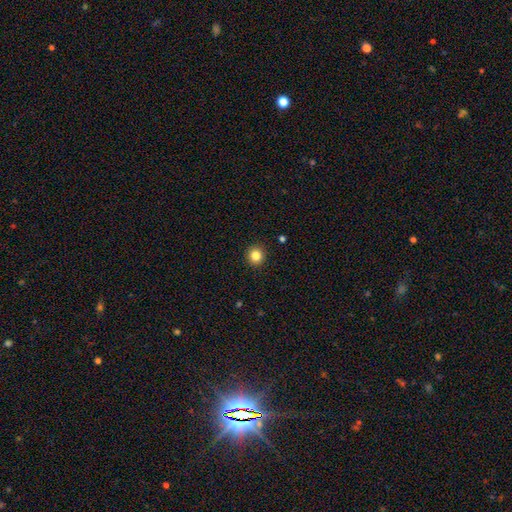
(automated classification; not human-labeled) smooth_or_featured: smooth (p=0.83) [alt: star or artifact p=0.12]
how_rounded: round (p=0.91) [alt: in between p=0.08]
merging: none (p=0.93) [alt: minor disturbance p=0.05]